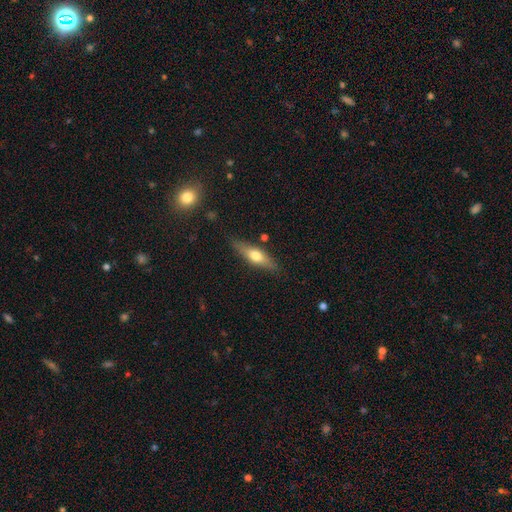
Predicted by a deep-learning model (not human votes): This appears to be a smooth galaxy with no disk features (50%) that is cigar-shaped (60%). Merging: none (82%).